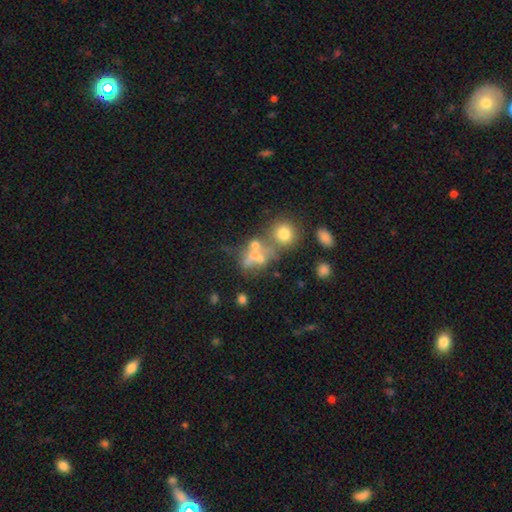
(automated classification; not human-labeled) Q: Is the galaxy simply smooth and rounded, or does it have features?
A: smooth — 48%.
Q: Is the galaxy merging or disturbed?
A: merger — 42%.